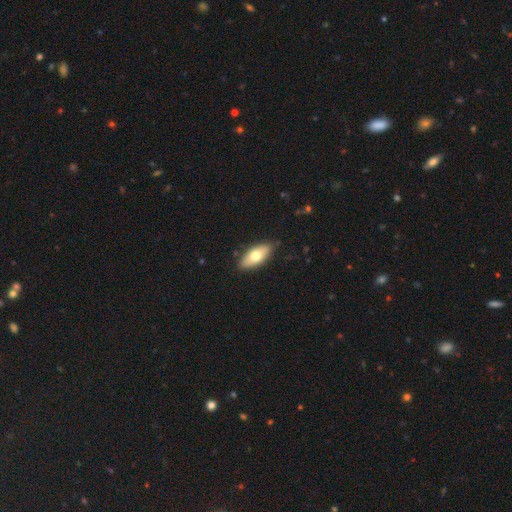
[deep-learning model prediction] Smooth or featured?
  - smooth: 70% *
  - featured or disk: 24%
  - star or artifact: 6%
How rounded?
  - in between: 83% *
  - cigar-shaped: 14%
  - round: 3%
Merging?
  - none: 86% *
  - minor disturbance: 10%
  - major disturbance: 2%
  - merger: 1%